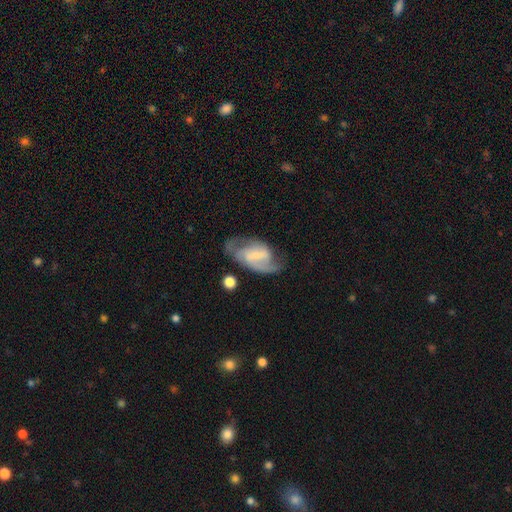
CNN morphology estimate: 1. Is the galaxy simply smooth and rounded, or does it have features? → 81% featured or disk, 13% smooth, 6% star or artifact.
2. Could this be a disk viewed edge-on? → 97% no, 3% yes.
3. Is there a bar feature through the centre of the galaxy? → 49% weak, 27% strong, 24% no.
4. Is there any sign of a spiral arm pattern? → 94% yes, 6% no.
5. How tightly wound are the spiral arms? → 52% medium, 25% tight, 23% loose.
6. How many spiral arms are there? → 78% 2, 9% can't tell, 5% 3, 5% 1, 1% 4, 1% more than 4.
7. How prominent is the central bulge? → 54% small, 21% none, 20% moderate, 3% large, 1% dominant.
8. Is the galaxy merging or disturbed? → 62% none, 21% minor disturbance, 14% major disturbance, 3% merger.